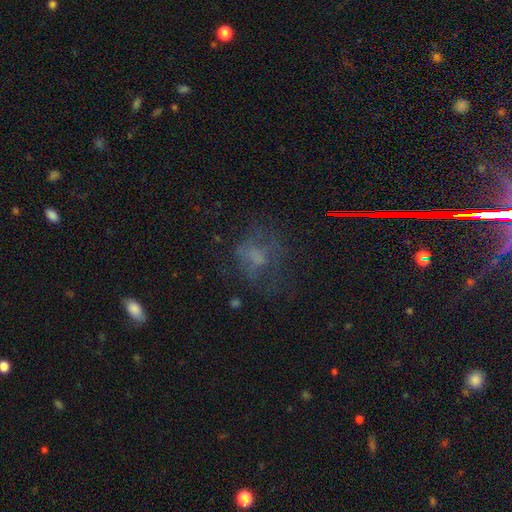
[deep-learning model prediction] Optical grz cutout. It shows a smooth galaxy with no disk features (39%). Merging: none (51%).